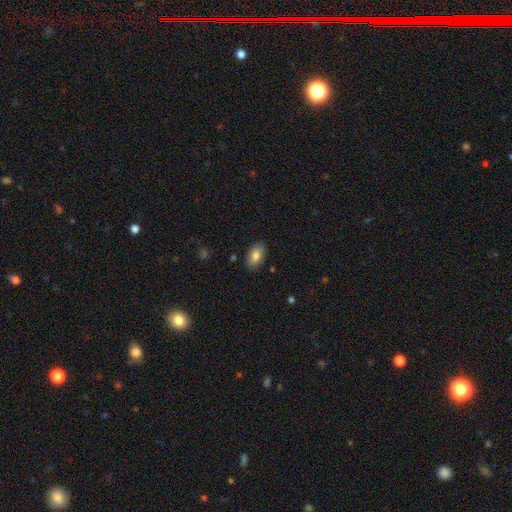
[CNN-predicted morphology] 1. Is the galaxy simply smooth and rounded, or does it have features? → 81% smooth, 12% featured or disk, 7% star or artifact.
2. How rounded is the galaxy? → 93% in between, 6% round, 2% cigar-shaped.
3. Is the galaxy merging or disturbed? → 87% none, 10% minor disturbance, 2% major disturbance, 1% merger.